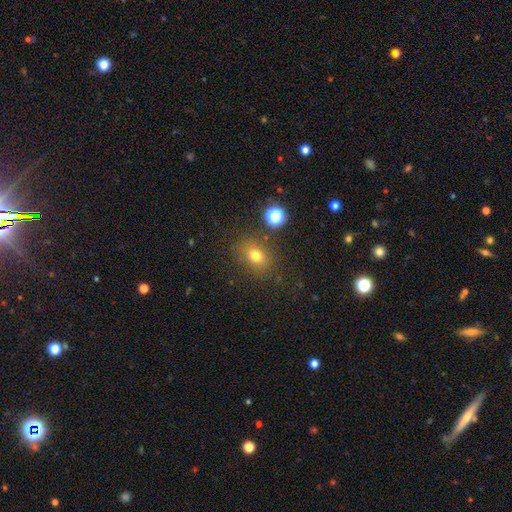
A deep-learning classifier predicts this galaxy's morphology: A smooth galaxy with no disk features (73%) that is round (51%). Merging: none (80%).